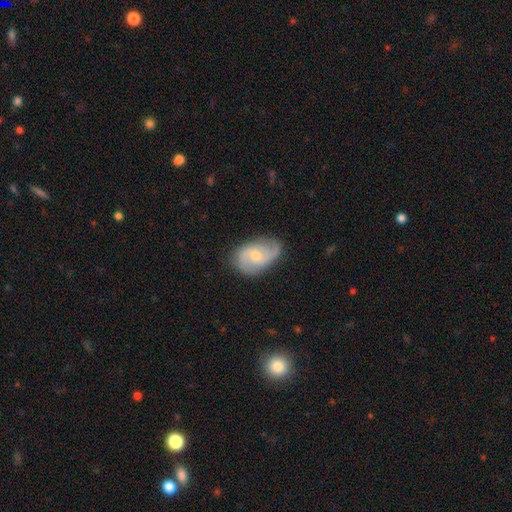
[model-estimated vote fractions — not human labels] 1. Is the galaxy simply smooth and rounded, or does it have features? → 73% featured or disk, 21% smooth, 6% star or artifact.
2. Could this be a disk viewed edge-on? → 97% no, 3% yes.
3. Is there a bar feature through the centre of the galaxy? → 55% no, 39% weak, 6% strong.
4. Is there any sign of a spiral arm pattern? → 92% yes, 8% no.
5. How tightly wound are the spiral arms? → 46% medium, 31% loose, 23% tight.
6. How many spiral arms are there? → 79% 2, 10% can't tell, 5% 3, 3% 1, 1% 4, 1% more than 4.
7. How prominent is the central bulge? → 52% small, 44% moderate, 2% none, 2% large, 1% dominant.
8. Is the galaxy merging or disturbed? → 73% none, 20% minor disturbance, 6% major disturbance, 1% merger.